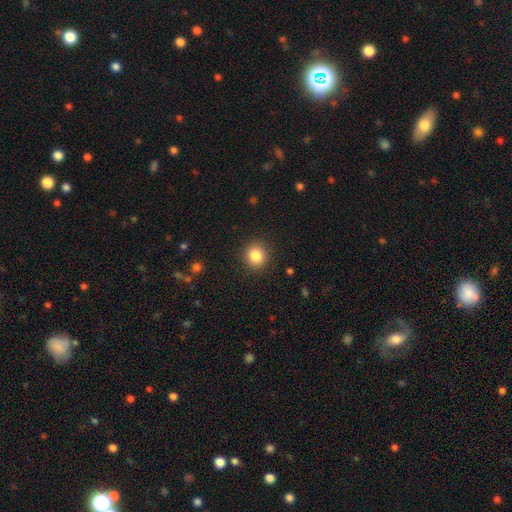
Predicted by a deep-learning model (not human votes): Overall: smooth (85%). How rounded: round (90%). Merging: none (90%).